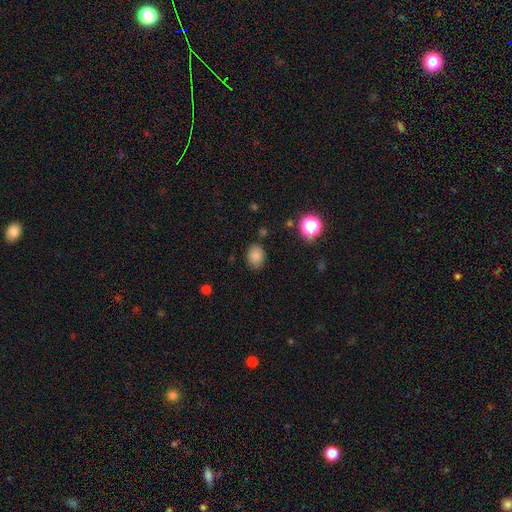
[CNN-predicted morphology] smooth-or-featured: smooth: 82% | star or artifact: 13% | featured or disk: 6%
  how-rounded: in between: 58% | round: 41% | cigar-shaped: 1%
  merging: none: 82% | minor disturbance: 13% | major disturbance: 3% | merger: 2%